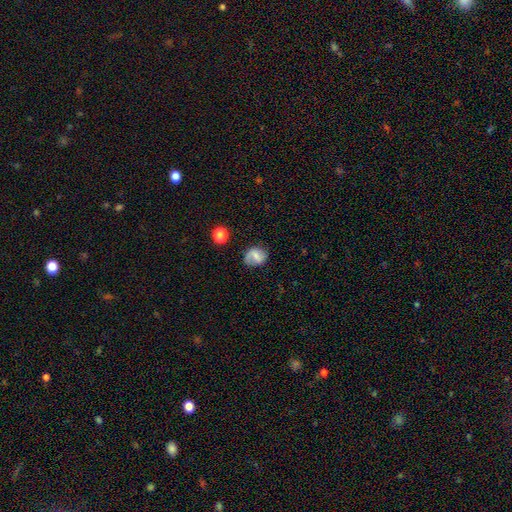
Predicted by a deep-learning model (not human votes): Smooth or featured? smooth (45%)
Merging? none (69%)